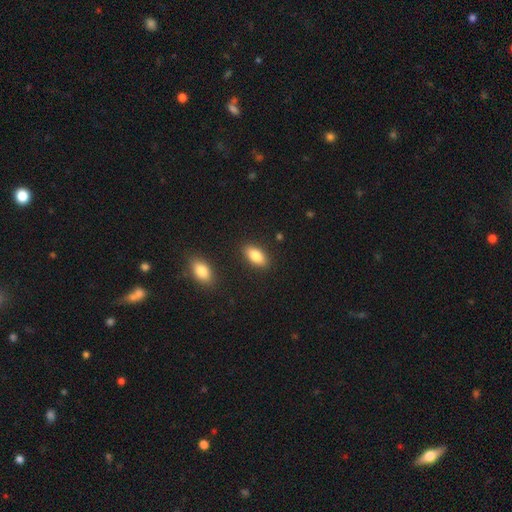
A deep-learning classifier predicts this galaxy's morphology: The model was most divided on "smooth or featured": smooth: 83%, featured or disk: 10%, star or artifact: 7%. More confident: how rounded — in between (89%); merging — none (88%).